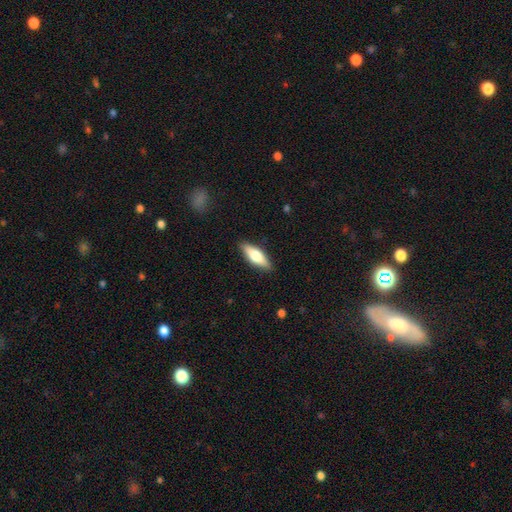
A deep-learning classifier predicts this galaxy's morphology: This is likely a smooth galaxy (61%). How rounded: possibly in between (58%). Merging: clearly none (88%).